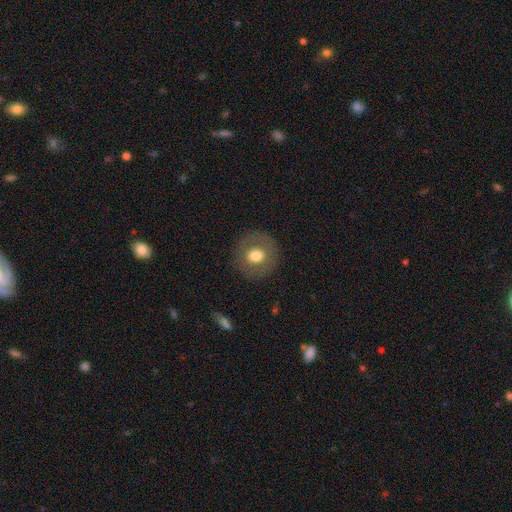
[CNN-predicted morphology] A smooth galaxy with no disk features (66%) that is round (86%). Merging: none (86%).